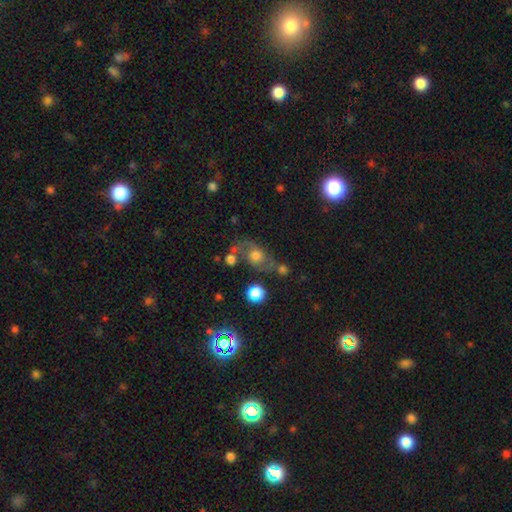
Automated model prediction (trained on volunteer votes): Smooth or featured? smooth (49%)
Merging? none (45%)